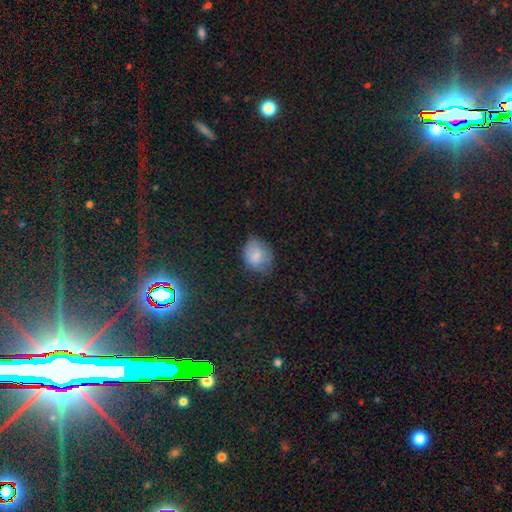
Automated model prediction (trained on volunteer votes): Smooth or featured?
  - smooth: 79% *
  - featured or disk: 11%
  - star or artifact: 10%
How rounded?
  - in between: 53% *
  - round: 46%
  - cigar-shaped: 1%
Merging?
  - none: 60% *
  - minor disturbance: 30%
  - major disturbance: 8%
  - merger: 1%